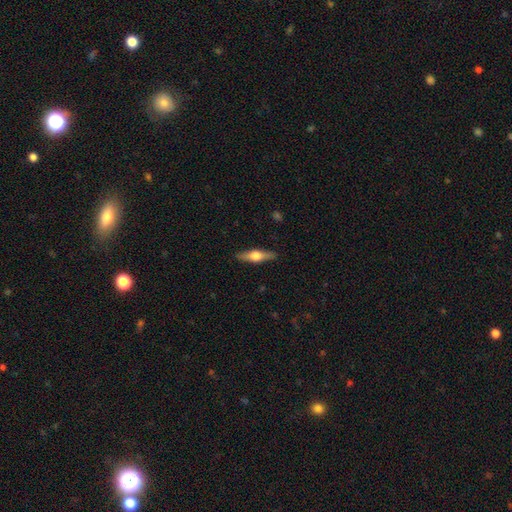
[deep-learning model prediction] Smooth or featured? featured or disk (56%)
Edge-on disk? yes (94%)
Edge-on bulge? rounded (93%)
Merging? none (89%)